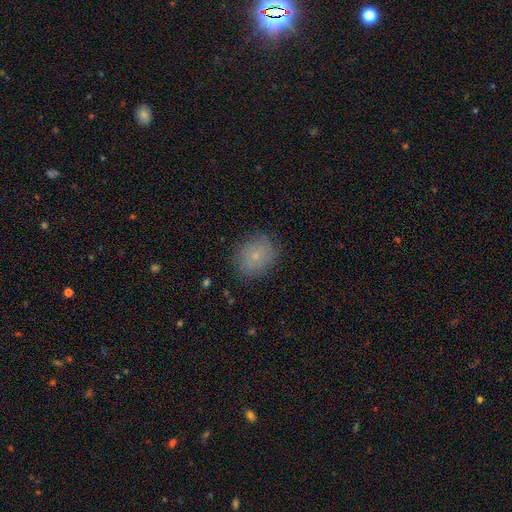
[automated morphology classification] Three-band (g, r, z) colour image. It shows a smooth galaxy with no disk features (72%) that is round (54%). Merging: none (80%).